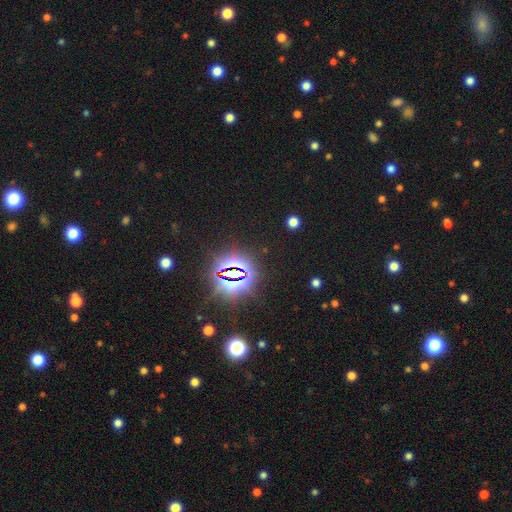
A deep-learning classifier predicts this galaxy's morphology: This appears to be a star or artifact, not a galaxy (84%).